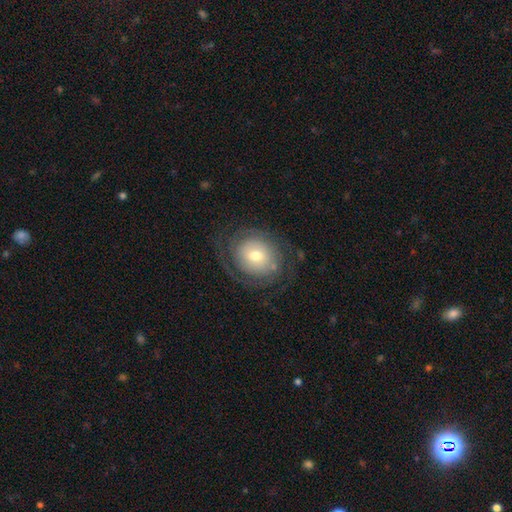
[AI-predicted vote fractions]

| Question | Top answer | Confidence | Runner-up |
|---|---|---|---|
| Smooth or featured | featured or disk | 59% | smooth (33%) |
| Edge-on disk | no | 96% | yes (4%) |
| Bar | no | 70% | weak (23%) |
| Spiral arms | yes | 75% | no (25%) |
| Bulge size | moderate | 57% | small (31%) |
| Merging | none | 69% | minor disturbance (15%) |